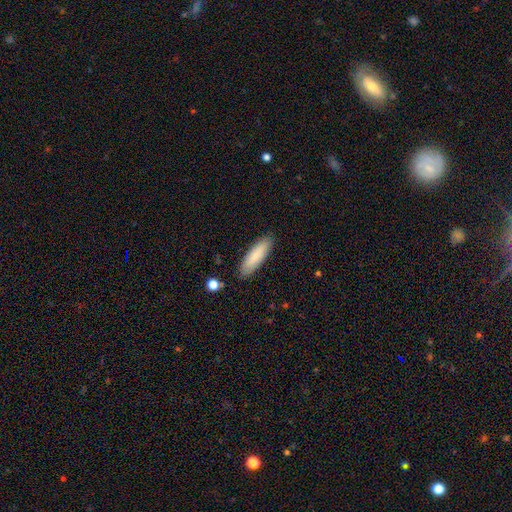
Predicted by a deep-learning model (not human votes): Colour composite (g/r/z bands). It shows a smooth galaxy with no disk features (85%) that is cigar-shaped (57%). Merging: none (88%).